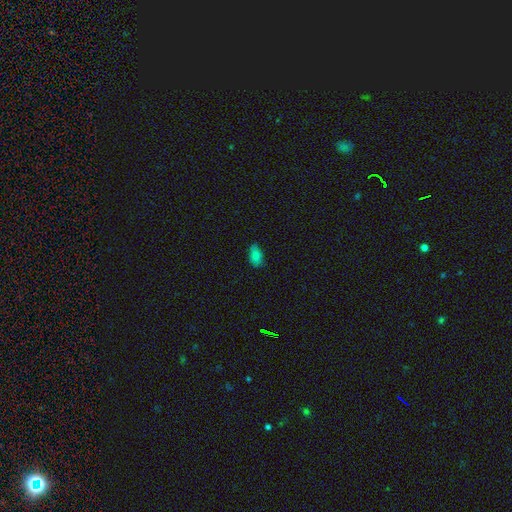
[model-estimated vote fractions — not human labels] smooth 78%, star or artifact 12%, featured or disk 9%. Down the decision tree: how rounded — in between (89%); merging — none (75%).